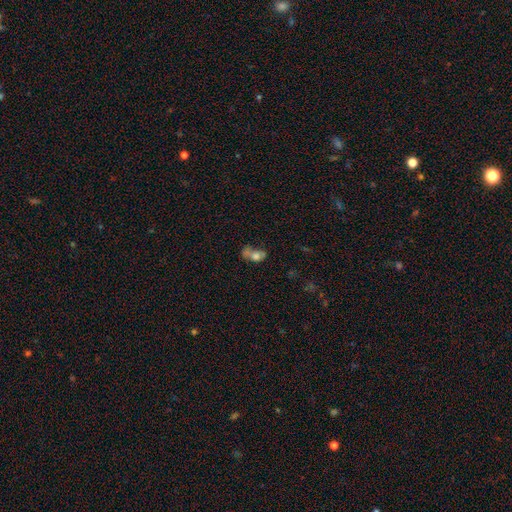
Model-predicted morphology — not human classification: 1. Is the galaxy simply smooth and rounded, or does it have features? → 64% smooth, 23% featured or disk, 14% star or artifact.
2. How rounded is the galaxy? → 73% in between, 23% round, 4% cigar-shaped.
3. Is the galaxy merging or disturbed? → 36% merger, 24% major disturbance, 22% none, 17% minor disturbance.